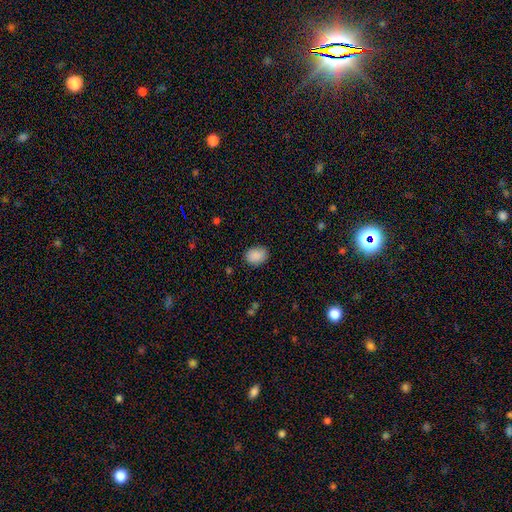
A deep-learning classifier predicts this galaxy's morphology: This is clearly a smooth galaxy (90%). How rounded: likely in between (64%). Merging: clearly none (84%).